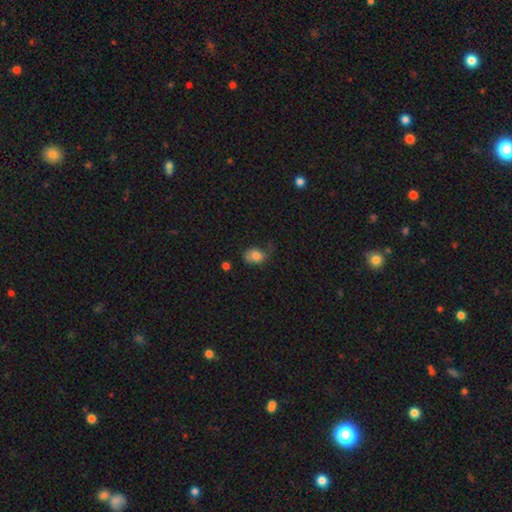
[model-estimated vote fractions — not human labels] Overall: smooth (70%). How rounded: in between (64%; round 35%). Merging: none (38%; minor disturbance 31%).